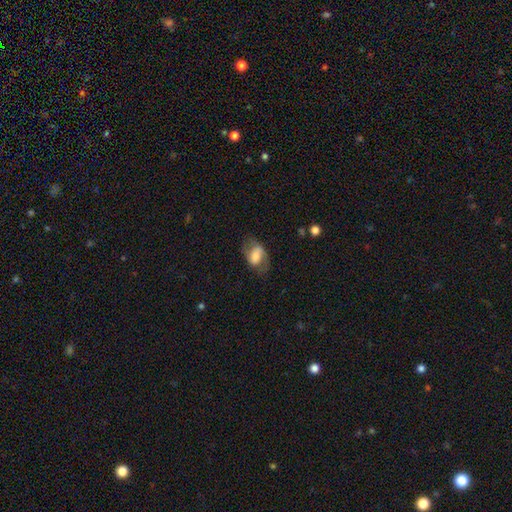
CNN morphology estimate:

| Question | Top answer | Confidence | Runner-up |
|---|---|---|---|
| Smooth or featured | smooth | 48% | featured or disk (44%) |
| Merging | none | 64% | minor disturbance (21%) |